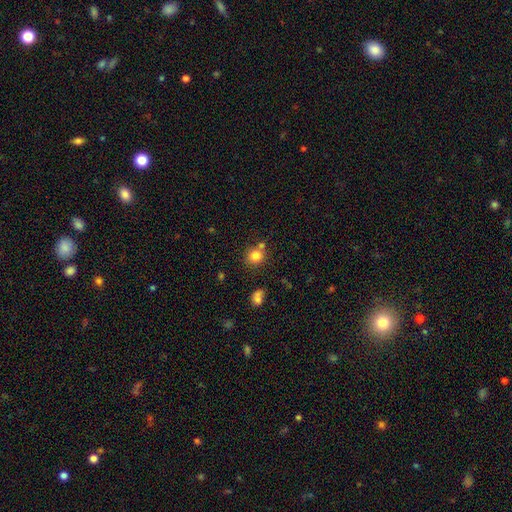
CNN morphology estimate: smooth_or_featured: smooth (p=0.81) [alt: star or artifact p=0.11]
how_rounded: round (p=0.84) [alt: in between p=0.15]
merging: none (p=0.66) [alt: merger p=0.18]